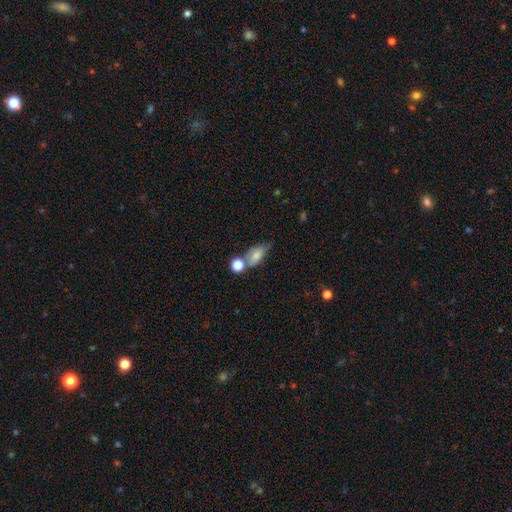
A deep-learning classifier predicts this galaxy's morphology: A smooth galaxy with no disk features (73%) that is in between round and cigar-shaped (79%).

Vote fractions:
- Smooth or featured? smooth: 73% / featured or disk: 17% / star or artifact: 10%
- How rounded? in between: 79% / round: 13% / cigar-shaped: 8%
- Merging? none: 40% / merger: 27% / minor disturbance: 23% / major disturbance: 10%